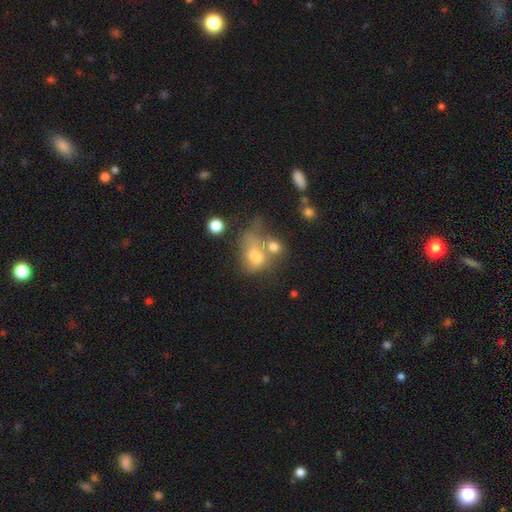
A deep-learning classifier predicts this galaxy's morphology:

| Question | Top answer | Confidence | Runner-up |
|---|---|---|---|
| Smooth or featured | smooth | 66% | featured or disk (20%) |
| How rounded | in between | 56% | round (43%) |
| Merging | merger | 44% | none (22%) |